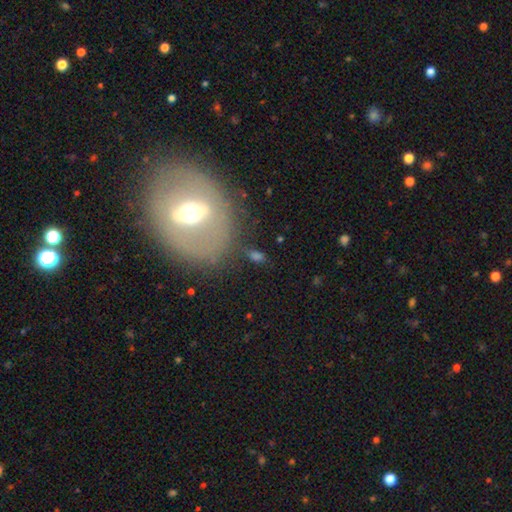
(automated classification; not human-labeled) A featured or disk galaxy (44%). Merging: none (65%).